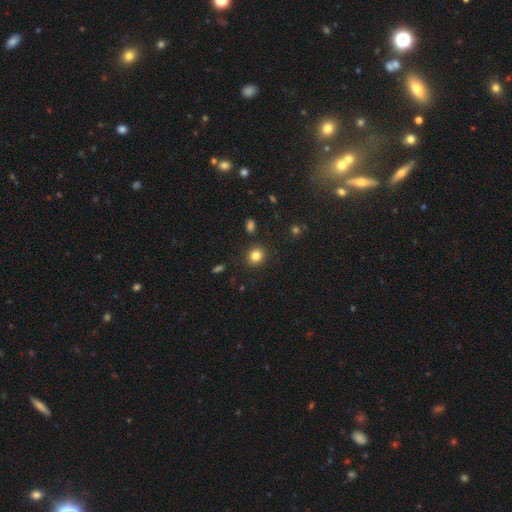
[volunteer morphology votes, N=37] This is clearly a smooth galaxy (95%). How rounded: clearly round (80%). Merging: clearly none (94%).